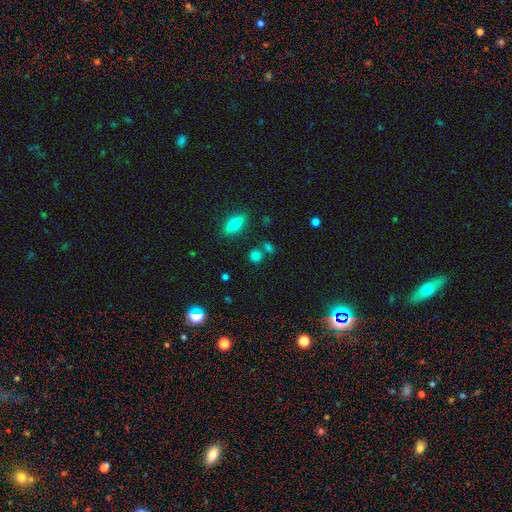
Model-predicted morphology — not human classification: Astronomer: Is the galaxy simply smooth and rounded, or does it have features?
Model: smooth — 76%.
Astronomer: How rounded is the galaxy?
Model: round — 75%.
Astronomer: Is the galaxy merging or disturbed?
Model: none — 71%.